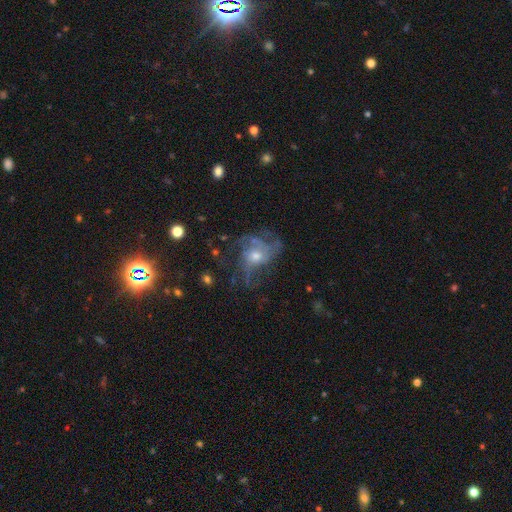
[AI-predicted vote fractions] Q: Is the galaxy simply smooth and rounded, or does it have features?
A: featured or disk — 73%.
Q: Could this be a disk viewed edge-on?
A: no — 97%.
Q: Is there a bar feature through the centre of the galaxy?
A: no — 77%.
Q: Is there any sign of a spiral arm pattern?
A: yes — 81%.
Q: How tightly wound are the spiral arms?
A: medium — 44%.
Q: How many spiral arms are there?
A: can't tell — 31%.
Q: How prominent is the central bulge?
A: moderate — 56%.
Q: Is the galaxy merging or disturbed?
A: none — 49%.